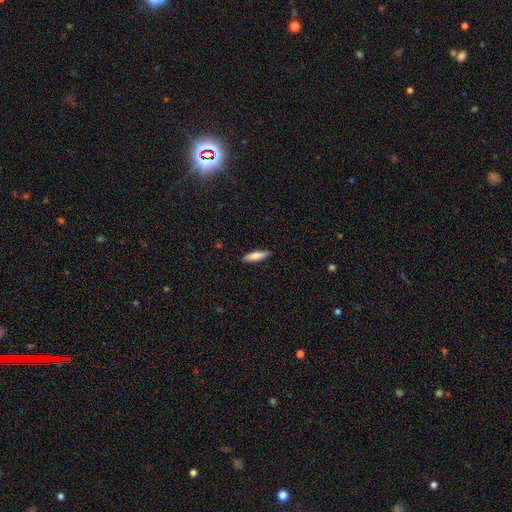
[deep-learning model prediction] smooth_or_featured: smooth (p=0.82) [alt: featured or disk p=0.12]
how_rounded: cigar-shaped (p=0.63) [alt: in between p=0.36]
merging: none (p=0.88) [alt: minor disturbance p=0.10]